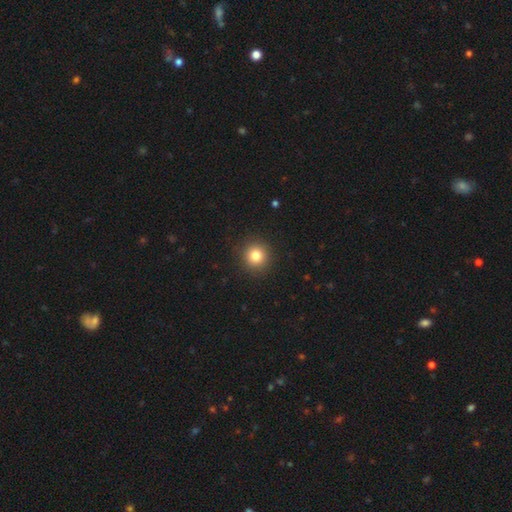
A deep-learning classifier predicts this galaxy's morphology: smooth 81%, star or artifact 12%, featured or disk 7%. Down the decision tree: how rounded — round (94%); merging — none (92%).